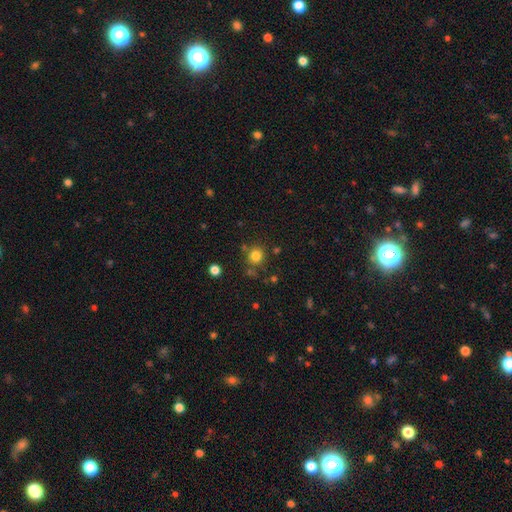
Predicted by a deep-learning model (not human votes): Smooth or featured: smooth — 80% (star or artifact — 14%)
How rounded: round — 90% (in between — 9%)
Merging: none — 77% (minor disturbance — 10%)